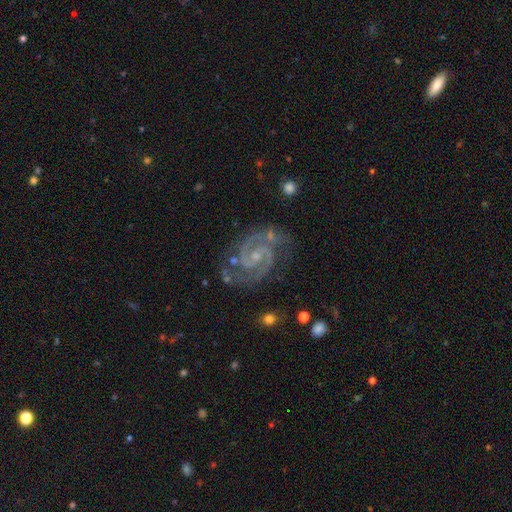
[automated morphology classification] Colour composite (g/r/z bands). It shows a featured or disk galaxy (92%) with no bar (43%, tied with weak), 2 (89%) medium (50%) spiral arms (99%) and a small central bulge (72%). Merging: none (75%).